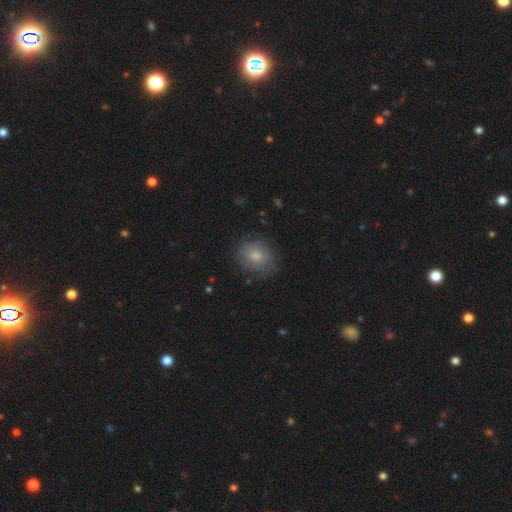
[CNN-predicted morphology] Smooth or featured? Predicted: smooth (p=0.75). How rounded? Predicted: round (p=0.57). Merging? Predicted: none (p=0.75).